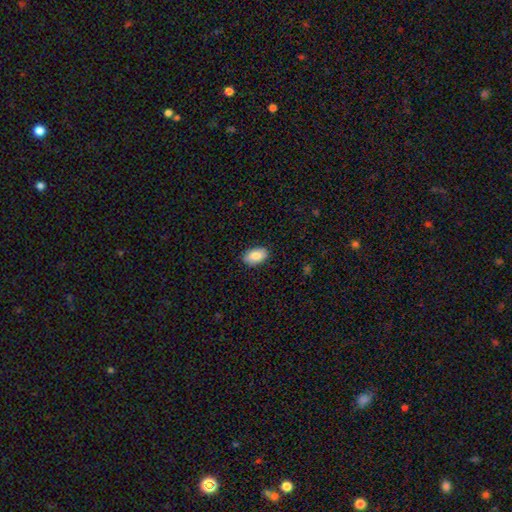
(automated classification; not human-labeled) The model was most divided on "smooth or featured": smooth: 85%, featured or disk: 8%, star or artifact: 7%. More confident: how rounded — in between (93%); merging — none (88%).